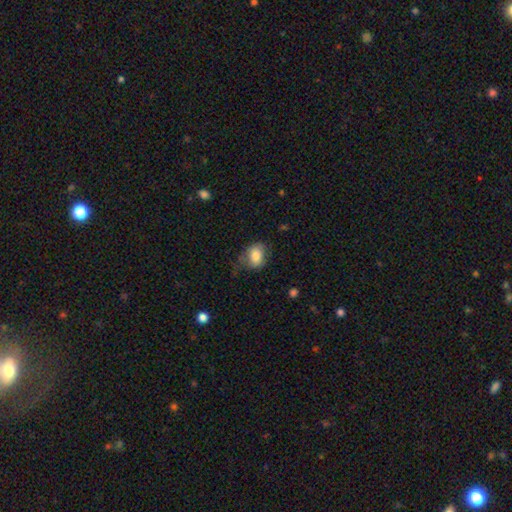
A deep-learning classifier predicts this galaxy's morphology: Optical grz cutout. It shows a smooth galaxy with no disk features (78%) that is in between round and cigar-shaped (66%). Merging: none (58%).